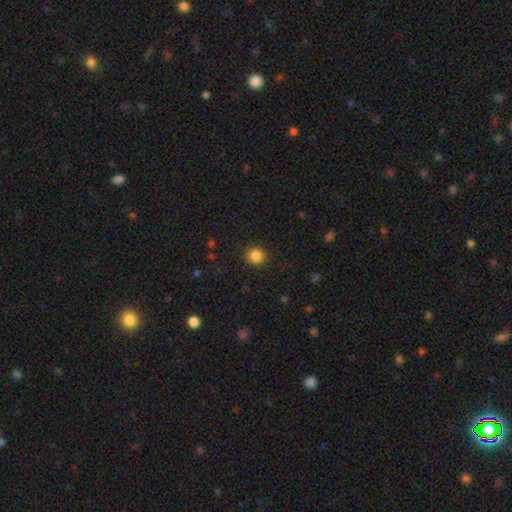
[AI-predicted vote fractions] The model was most divided on "smooth or featured": smooth: 85%, star or artifact: 12%, featured or disk: 3%. More confident: how rounded — round (92%); merging — none (90%).